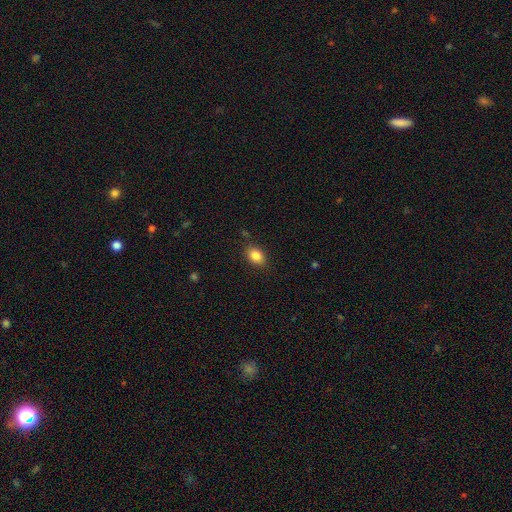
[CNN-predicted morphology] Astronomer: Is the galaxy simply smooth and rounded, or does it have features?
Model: smooth — 85%.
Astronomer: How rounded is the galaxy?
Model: in between — 76%.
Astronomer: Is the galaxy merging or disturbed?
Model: none — 83%.